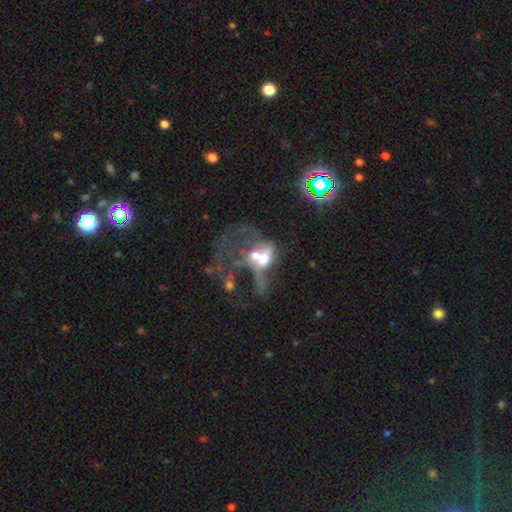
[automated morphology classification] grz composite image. It shows a featured or disk galaxy (54%) with no bar (82%), no spiral arms (81%) and a moderate central bulge (47%). Merging: merger (61%).